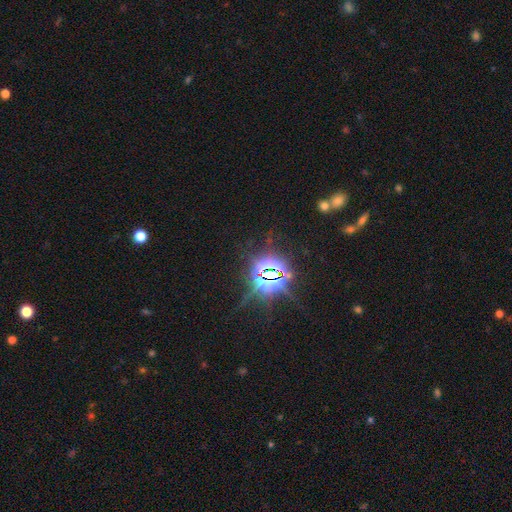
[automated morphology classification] Overall: star or artifact (85%).